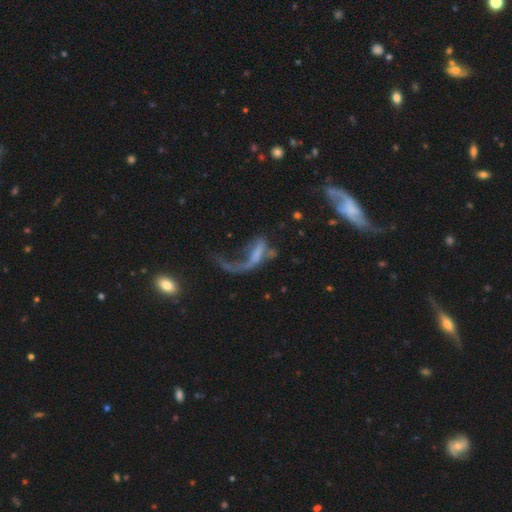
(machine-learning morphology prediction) Smooth or featured? Predicted: featured or disk (p=0.61). Edge-on disk? Predicted: no (p=0.88). Bar? Predicted: no (p=0.56). Spiral arms? Predicted: yes (p=0.61). Bulge size? Predicted: none (p=0.52). Merging? Predicted: major disturbance (p=0.55).